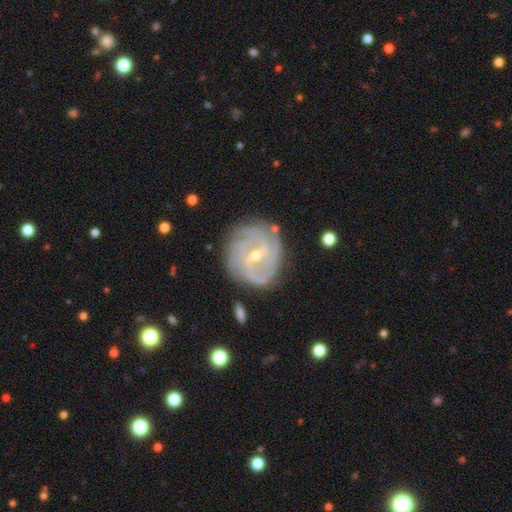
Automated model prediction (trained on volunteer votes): featured or disk 86%, smooth 8%, star or artifact 6%. Down the decision tree: edge-on disk — no (97%); bar — weak (56%); spiral arms — yes (95%); spiral arm count — can't tell (28%); spiral winding — tight (71%); bulge size — small (55%); merging — none (79%).